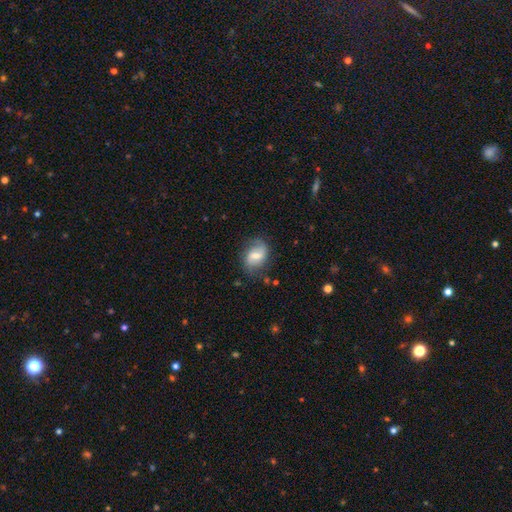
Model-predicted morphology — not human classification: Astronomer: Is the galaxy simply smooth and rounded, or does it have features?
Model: featured or disk — 55% (runner-up: smooth, 37%).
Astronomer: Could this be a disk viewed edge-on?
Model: no — 96%.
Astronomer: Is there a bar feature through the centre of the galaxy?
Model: weak — 52% (runner-up: no, 27%).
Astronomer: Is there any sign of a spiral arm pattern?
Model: yes — 83%.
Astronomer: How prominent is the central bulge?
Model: moderate — 51% (runner-up: small, 39%).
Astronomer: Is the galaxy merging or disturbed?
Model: none — 71%.